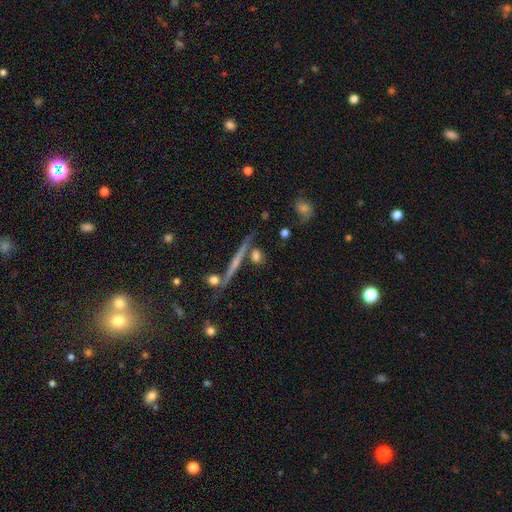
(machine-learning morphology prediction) smooth_or_featured: smooth (p=0.64) [alt: featured or disk p=0.25]
how_rounded: round (p=0.39) [alt: cigar-shaped p=0.34]
merging: none (p=0.66) [alt: merger p=0.15]